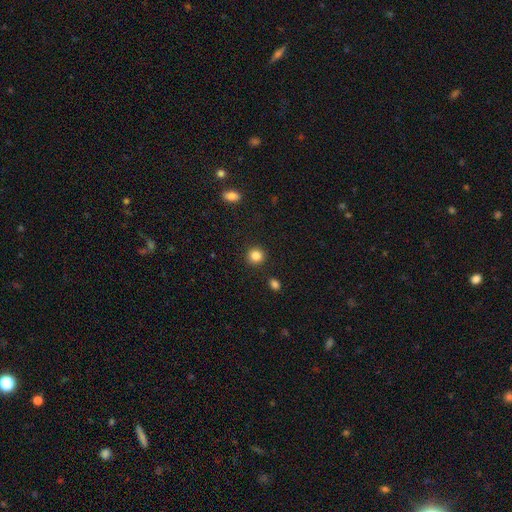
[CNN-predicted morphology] Smooth or featured?
  - smooth: 85% *
  - star or artifact: 11%
  - featured or disk: 4%
How rounded?
  - round: 91% *
  - in between: 8%
  - cigar-shaped: 1%
Merging?
  - none: 91% *
  - minor disturbance: 6%
  - major disturbance: 2%
  - merger: 2%